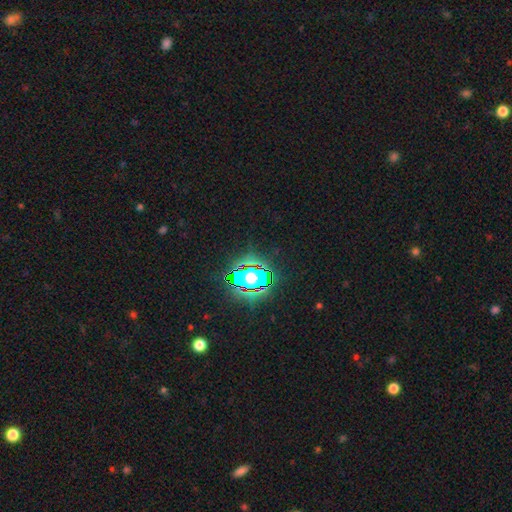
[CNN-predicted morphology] A star or artifact, not a galaxy (83%).